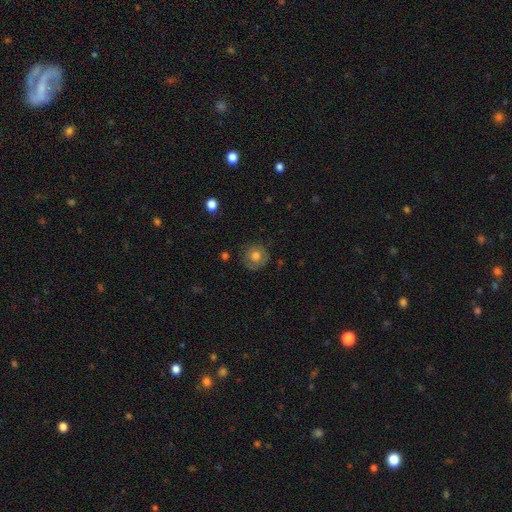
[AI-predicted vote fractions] A smooth galaxy with no disk features (72%) that is round (93%).

Vote fractions:
- Smooth or featured? smooth: 72% / featured or disk: 19% / star or artifact: 9%
- How rounded? round: 93% / in between: 6% / cigar-shaped: 1%
- Merging? none: 82% / minor disturbance: 13% / major disturbance: 3% / merger: 1%